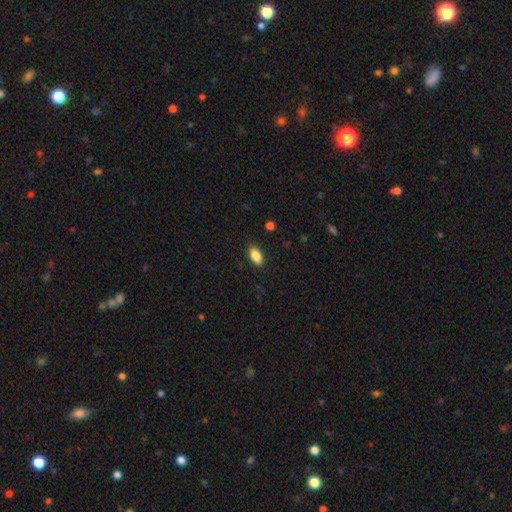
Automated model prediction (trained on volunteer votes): smooth 86%, star or artifact 8%, featured or disk 6%. Down the decision tree: how rounded — in between (91%); merging — none (88%).